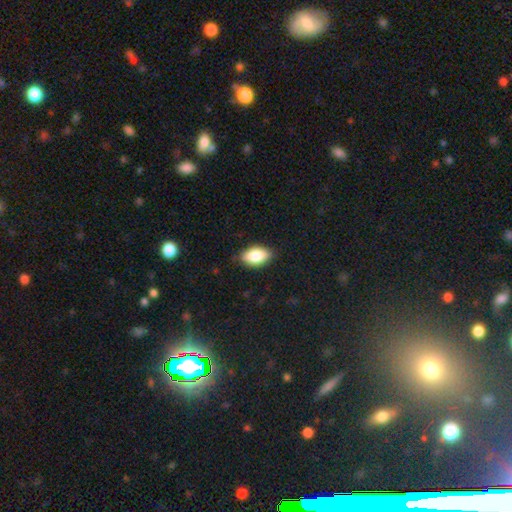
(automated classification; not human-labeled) The model was most divided on "merging": none: 83%, minor disturbance: 13%, major disturbance: 2%, merger: 1%. More confident: how rounded — in between (90%); smooth or featured — smooth (82%).